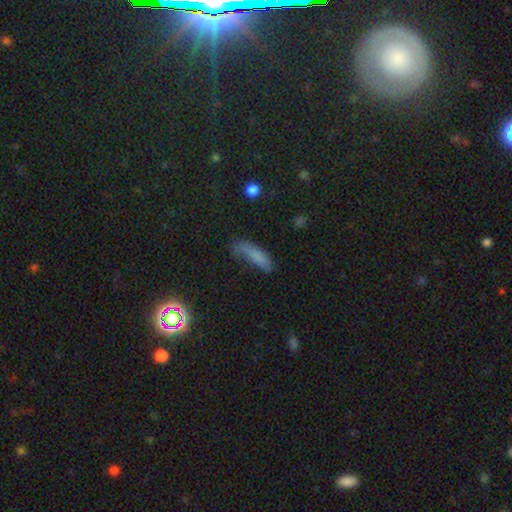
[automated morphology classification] smooth_or_featured: smooth (p=0.70) [alt: featured or disk p=0.16]
how_rounded: cigar-shaped (p=0.61) [alt: in between p=0.36]
merging: none (p=0.41) [alt: minor disturbance p=0.33]